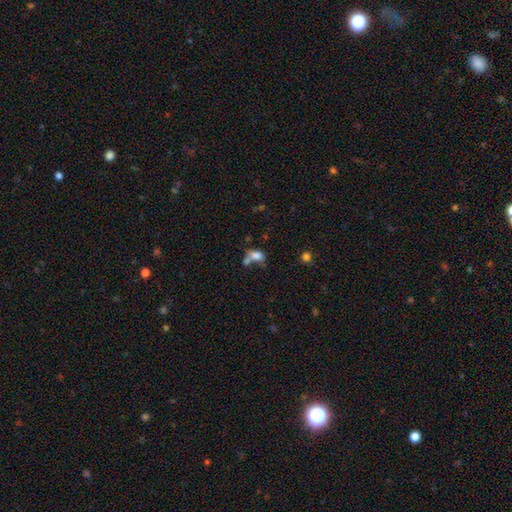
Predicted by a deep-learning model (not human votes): Morphology: type=smooth (76%); roundness=in between (80%); merging=merger (44%).